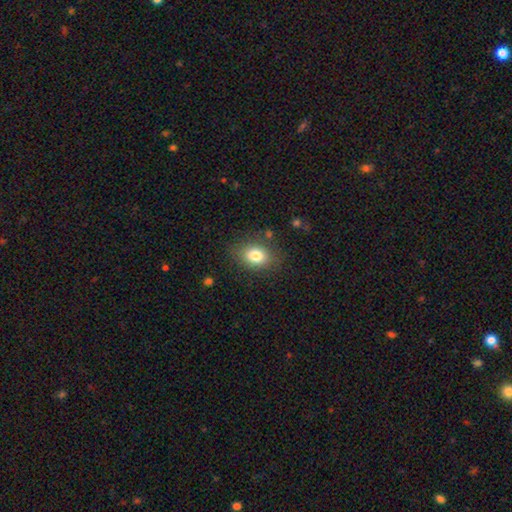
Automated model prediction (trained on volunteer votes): The model was most divided on "how rounded": in between: 67%, round: 32%, cigar-shaped: 1%. More confident: merging — none (81%); smooth or featured — smooth (80%).